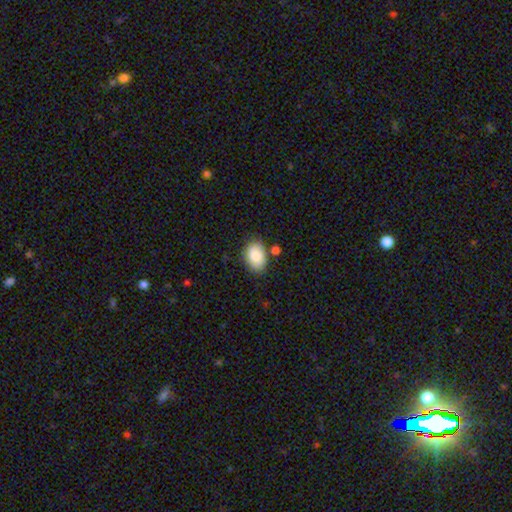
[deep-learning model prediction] Overall: smooth (86%). How rounded: in between (84%). Merging: none (74%).